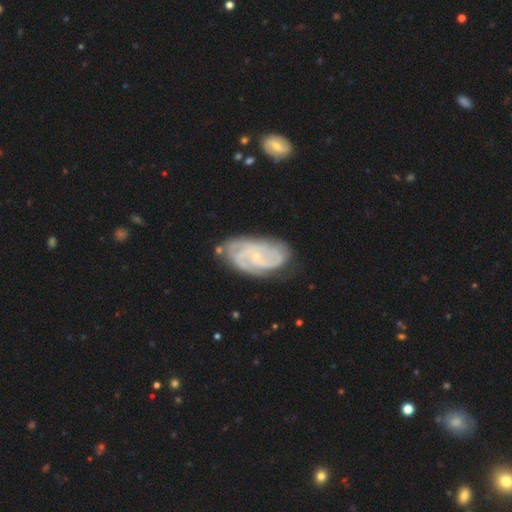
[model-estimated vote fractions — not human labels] featured or disk 82%, smooth 11%, star or artifact 7%. Down the decision tree: edge-on disk — no (96%); bar — no (62%); spiral arms — yes (96%); spiral arm count — can't tell (26%); spiral winding — tight (61%); bulge size — small (79%); merging — none (69%).